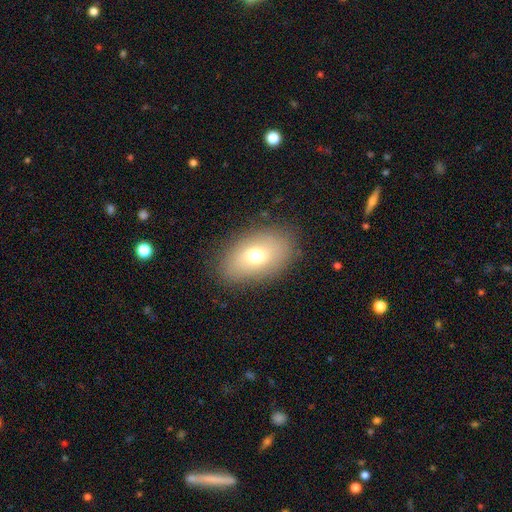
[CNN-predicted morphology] smooth_or_featured: smooth (p=0.70) [alt: featured or disk p=0.20]
how_rounded: in between (p=0.86) [alt: round p=0.12]
merging: none (p=0.84) [alt: minor disturbance p=0.11]